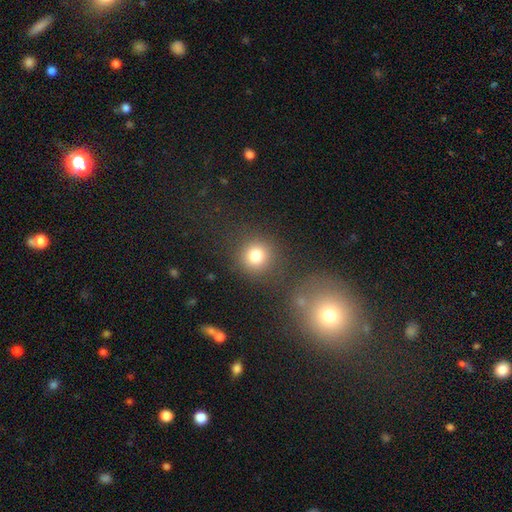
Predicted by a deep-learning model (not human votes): smooth_or_featured: smooth (p=0.80) [alt: star or artifact p=0.13]
how_rounded: round (p=0.91) [alt: in between p=0.08]
merging: none (p=0.79) [alt: minor disturbance p=0.09]